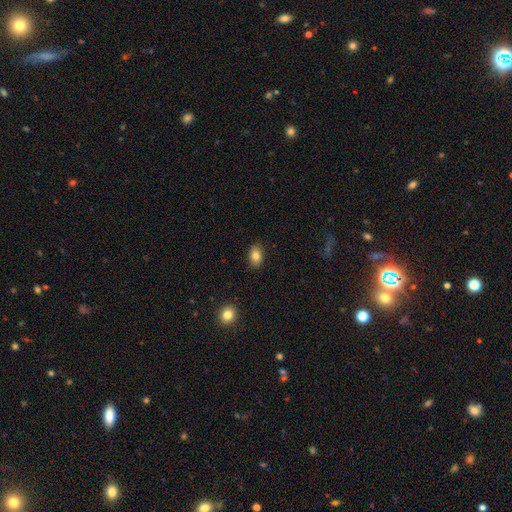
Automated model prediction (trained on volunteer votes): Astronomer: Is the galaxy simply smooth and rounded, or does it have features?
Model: smooth — 84%.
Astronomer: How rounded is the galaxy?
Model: in between — 84%.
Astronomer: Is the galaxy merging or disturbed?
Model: none — 88%.